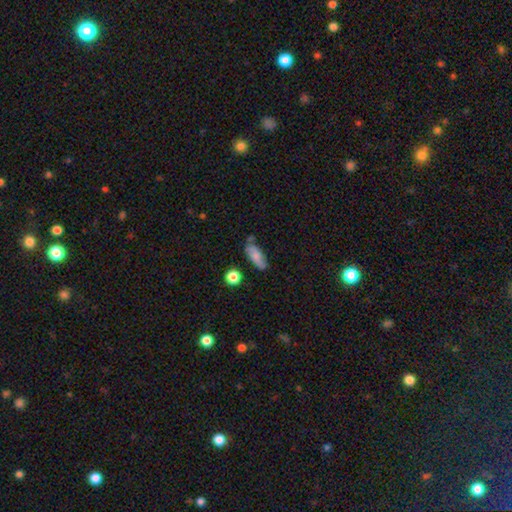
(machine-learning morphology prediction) smooth 74%, featured or disk 18%, star or artifact 8%. Down the decision tree: how rounded — in between (73%); merging — none (66%).